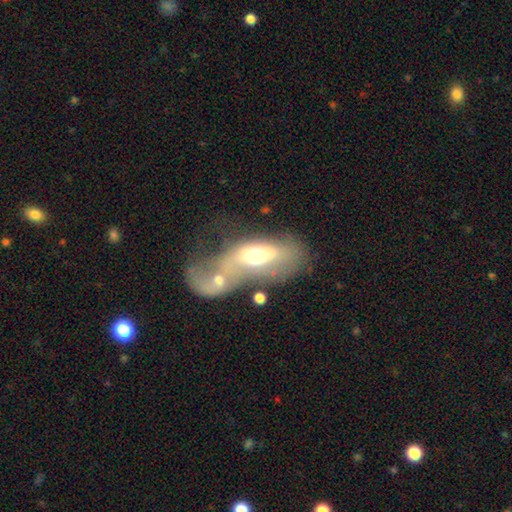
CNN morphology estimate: A smooth galaxy with no disk features (48%).

Vote fractions:
- Smooth or featured? smooth: 48% / featured or disk: 44% / star or artifact: 8%
- Merging? merger: 66% / major disturbance: 18% / none: 9% / minor disturbance: 7%